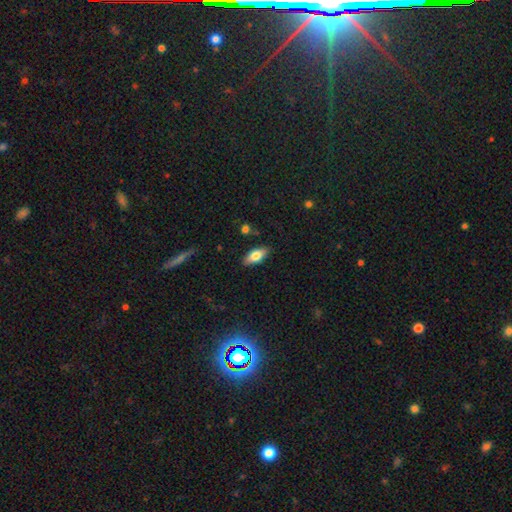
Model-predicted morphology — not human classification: This is likely a smooth galaxy (74%). How rounded: clearly in between (86%). Merging: clearly none (86%).